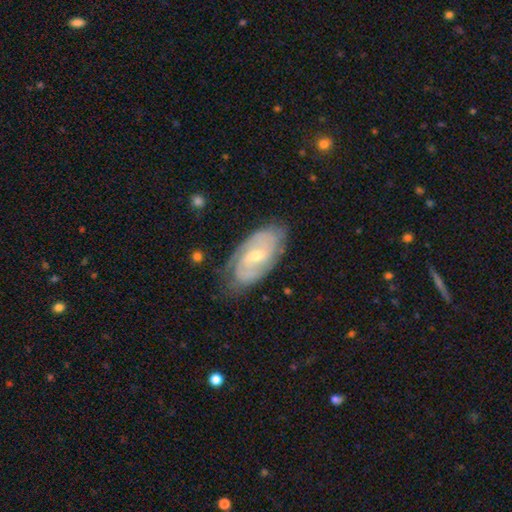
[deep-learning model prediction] Smooth or featured?
  - featured or disk: 80% *
  - smooth: 14%
  - star or artifact: 6%
Edge-on disk?
  - no: 95% *
  - yes: 5%
Bar?
  - weak: 52% *
  - no: 35%
  - strong: 14%
Spiral arms?
  - yes: 93% *
  - no: 7%
Spiral winding?
  - tight: 58% *
  - medium: 33%
  - loose: 9%
Spiral arm count?
  - 2: 52% *
  - can't tell: 28%
  - 3: 11%
  - 4: 3%
  - 1: 3%
  - more than 4: 3%
Bulge size?
  - small: 57% *
  - moderate: 40%
  - none: 1%
  - large: 1%
  - dominant: 1%
Merging?
  - none: 74% *
  - minor disturbance: 20%
  - major disturbance: 5%
  - merger: 1%